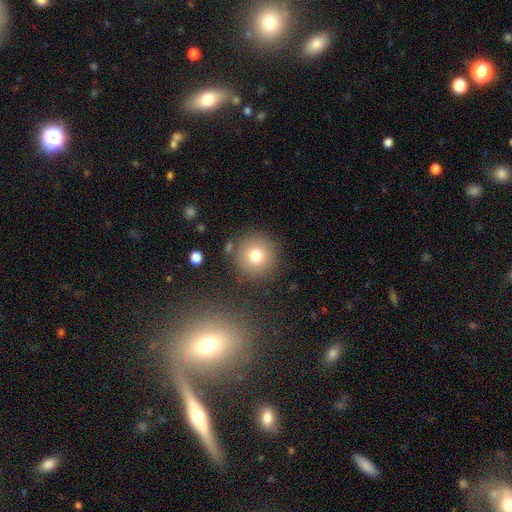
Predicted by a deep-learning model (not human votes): Overall: smooth (75%). How rounded: round (95%). Merging: none (85%).